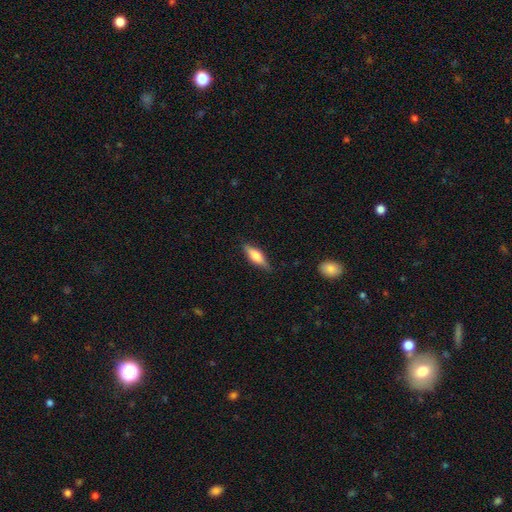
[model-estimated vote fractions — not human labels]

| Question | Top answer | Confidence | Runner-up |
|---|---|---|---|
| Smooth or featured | smooth | 55% | featured or disk (38%) |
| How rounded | in between | 52% | cigar-shaped (45%) |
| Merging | none | 82% | minor disturbance (14%) |